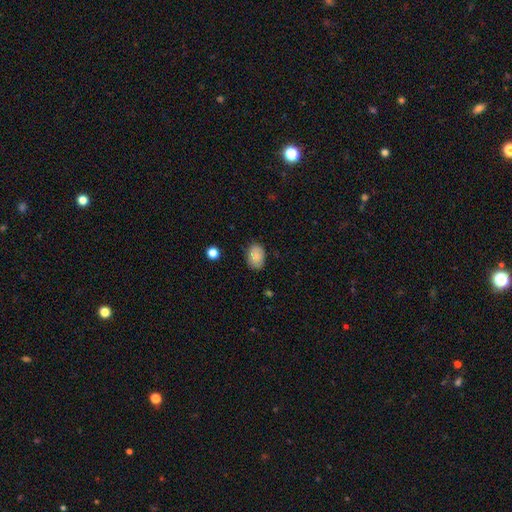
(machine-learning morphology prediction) Smooth or featured?
  - smooth: 86% *
  - star or artifact: 7%
  - featured or disk: 7%
How rounded?
  - in between: 81% *
  - round: 18%
  - cigar-shaped: 1%
Merging?
  - none: 83% *
  - minor disturbance: 13%
  - major disturbance: 3%
  - merger: 1%